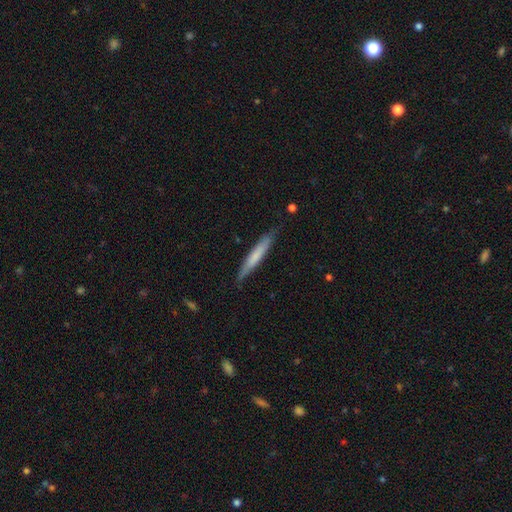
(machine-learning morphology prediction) Smooth or featured? Predicted: smooth (p=0.63). How rounded? Predicted: cigar-shaped (p=0.94). Merging? Predicted: none (p=0.81).